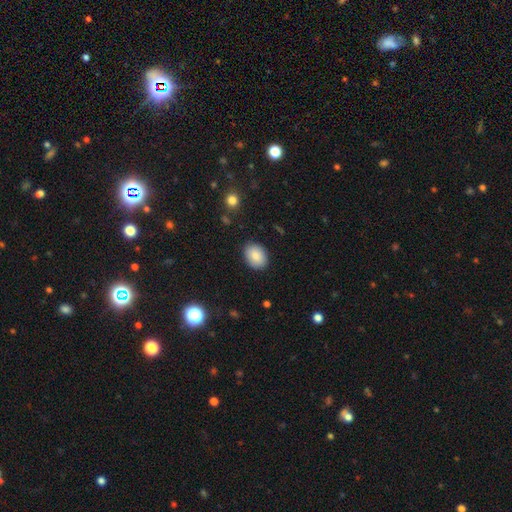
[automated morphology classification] Smooth or featured: smooth — 87% (star or artifact — 7%)
How rounded: in between — 72% (round — 27%)
Merging: none — 88% (minor disturbance — 9%)